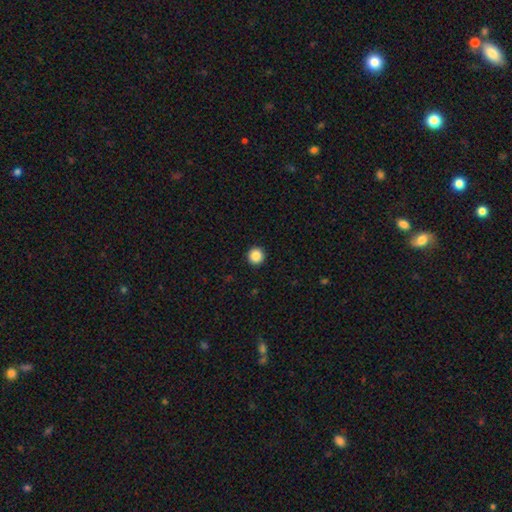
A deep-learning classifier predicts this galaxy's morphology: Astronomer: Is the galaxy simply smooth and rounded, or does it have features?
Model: smooth — 87%.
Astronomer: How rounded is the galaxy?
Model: round — 96%.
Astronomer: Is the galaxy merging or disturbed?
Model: none — 94%.